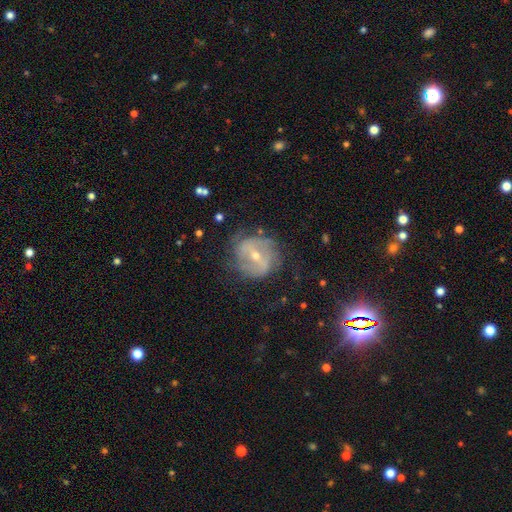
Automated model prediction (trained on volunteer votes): featured or disk 76%, smooth 16%, star or artifact 8%. Down the decision tree: edge-on disk — no (96%); bar — weak (45%); spiral arms — yes (81%); spiral arm count — 2 (50%); spiral winding — medium (40%); bulge size — small (54%); merging — none (68%).